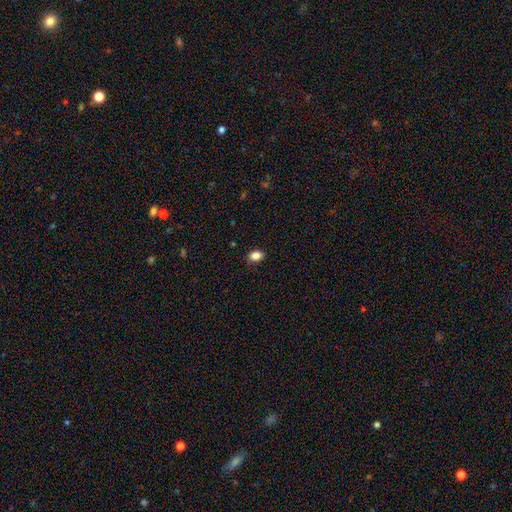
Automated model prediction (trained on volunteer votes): A smooth galaxy with no disk features (85%) that is in between round and cigar-shaped (74%). Merging: none (86%).